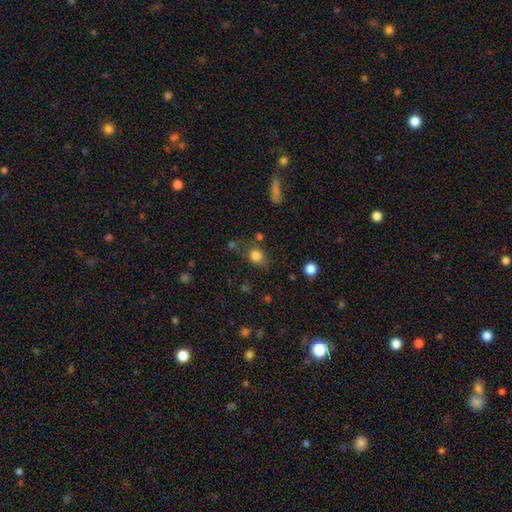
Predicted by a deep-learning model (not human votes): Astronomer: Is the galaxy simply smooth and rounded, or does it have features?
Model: smooth — 81%.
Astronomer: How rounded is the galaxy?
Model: round — 68%.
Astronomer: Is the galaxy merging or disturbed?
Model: none — 68%.